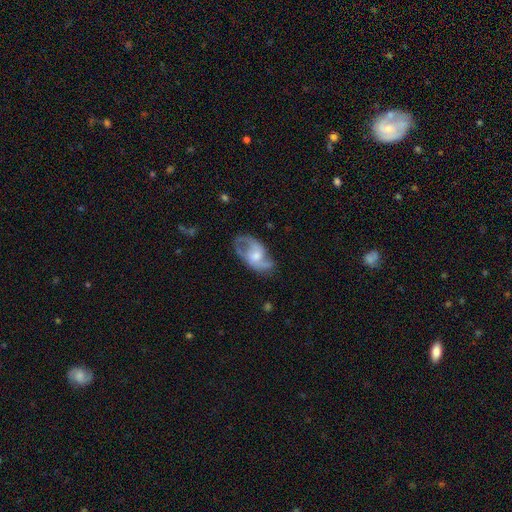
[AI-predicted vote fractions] A featured or disk galaxy (69%) with no bar (59%), 2 (72%) medium (45%) spiral arms (81%) and a moderate central bulge (53%). Merging: none (54%).